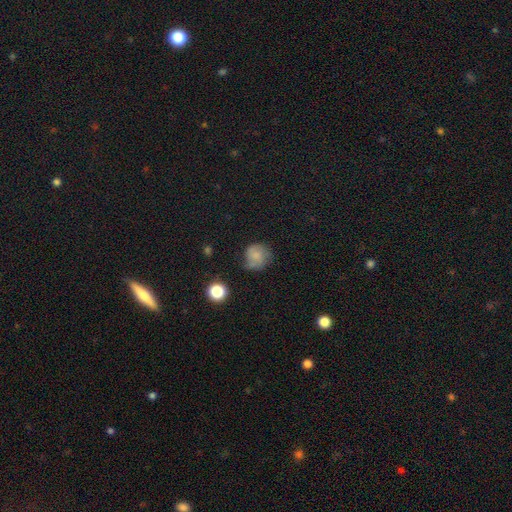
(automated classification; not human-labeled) Smooth or featured? Predicted: smooth (p=0.70). How rounded? Predicted: round (p=0.84). Merging? Predicted: none (p=0.58).